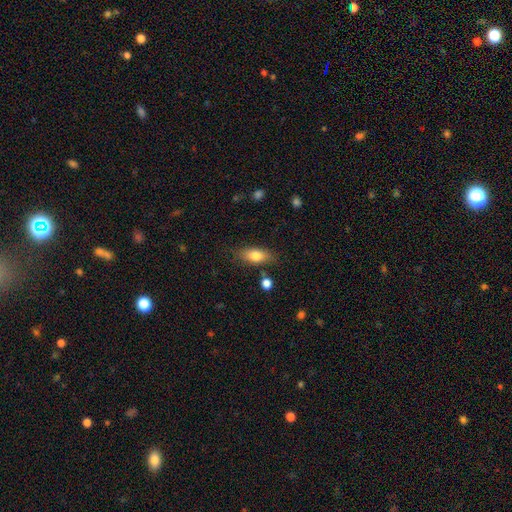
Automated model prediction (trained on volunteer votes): smooth 78%, featured or disk 15%, star or artifact 7%. Down the decision tree: how rounded — in between (79%); merging — none (79%).